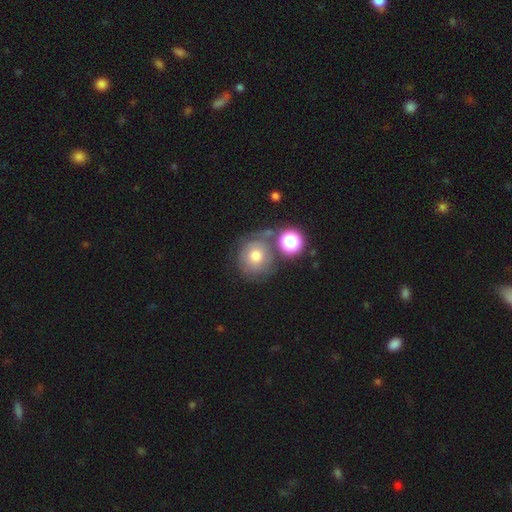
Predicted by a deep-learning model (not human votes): A smooth galaxy with no disk features (63%) that is round (87%). Merging: none (60%).